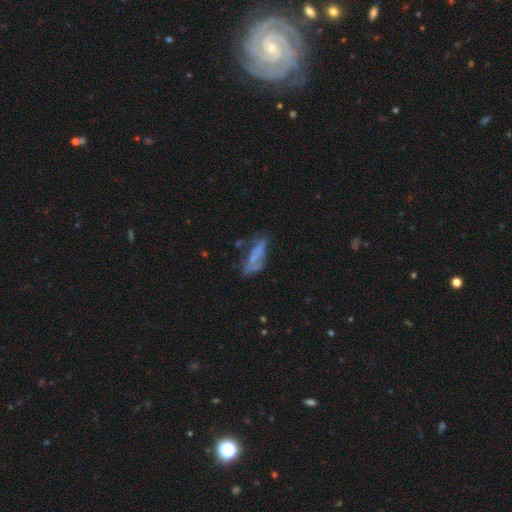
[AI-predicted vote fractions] smooth_or_featured: smooth (p=0.45) [alt: featured or disk p=0.44]
merging: none (p=0.47) [alt: minor disturbance p=0.26]